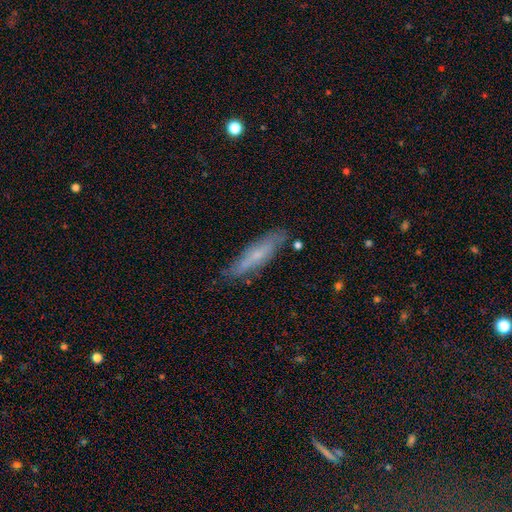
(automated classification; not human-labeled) Smooth or featured?
  - smooth: 47% *
  - featured or disk: 46%
  - star or artifact: 7%
Merging?
  - none: 77% *
  - minor disturbance: 18%
  - major disturbance: 3%
  - merger: 2%